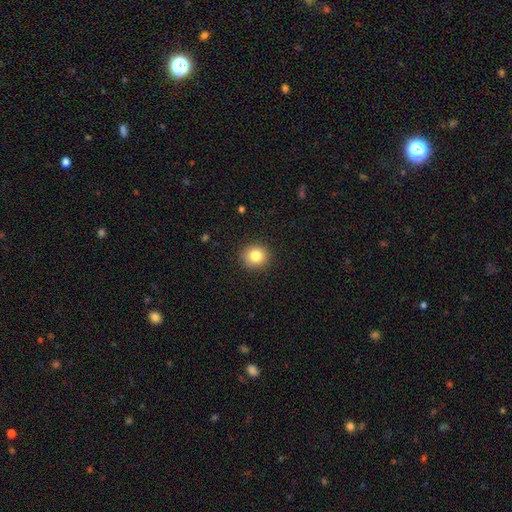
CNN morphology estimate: smooth_or_featured: smooth (p=0.83) [alt: star or artifact p=0.10]
how_rounded: round (p=0.90) [alt: in between p=0.09]
merging: none (p=0.89) [alt: minor disturbance p=0.07]